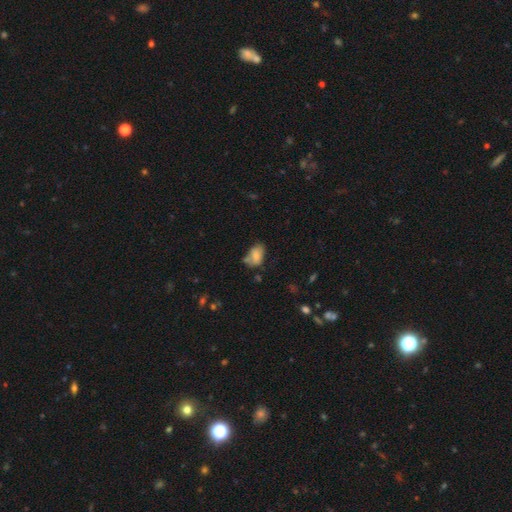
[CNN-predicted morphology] Q: Smooth or featured?
A: smooth (76%); runner-up: featured or disk (14%)
Q: How rounded?
A: in between (87%); runner-up: round (11%)
Q: Merging?
A: none (44%); runner-up: minor disturbance (30%)